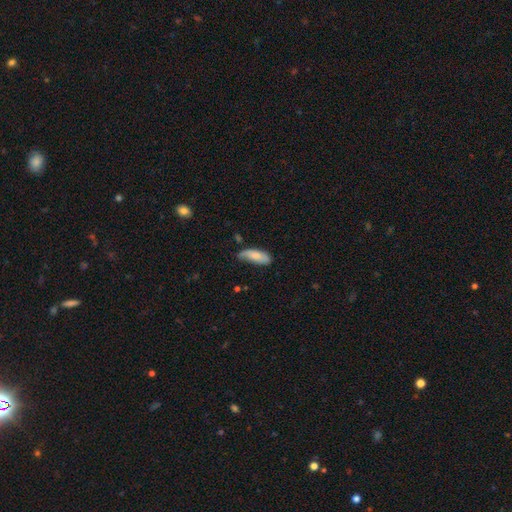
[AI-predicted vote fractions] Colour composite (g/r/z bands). It shows a smooth galaxy with no disk features (75%) that is in between round and cigar-shaped (70%). Merging: none (53%).